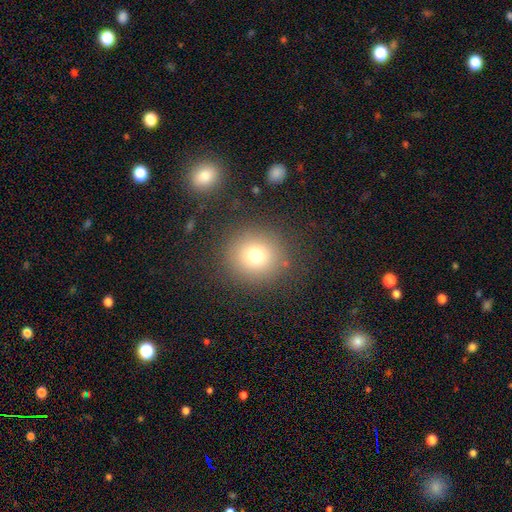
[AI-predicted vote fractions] This is likely a smooth galaxy (75%). How rounded: clearly round (90%). Merging: clearly none (86%).